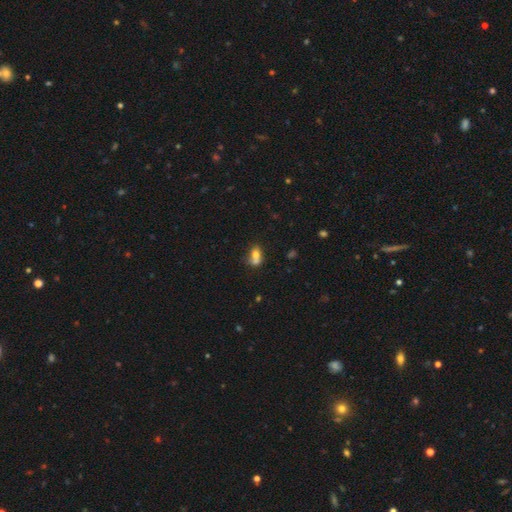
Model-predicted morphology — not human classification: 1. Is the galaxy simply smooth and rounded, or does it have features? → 70% smooth, 19% featured or disk, 11% star or artifact.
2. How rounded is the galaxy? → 61% in between, 36% round, 3% cigar-shaped.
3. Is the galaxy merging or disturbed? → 61% merger, 25% none, 9% minor disturbance, 5% major disturbance.